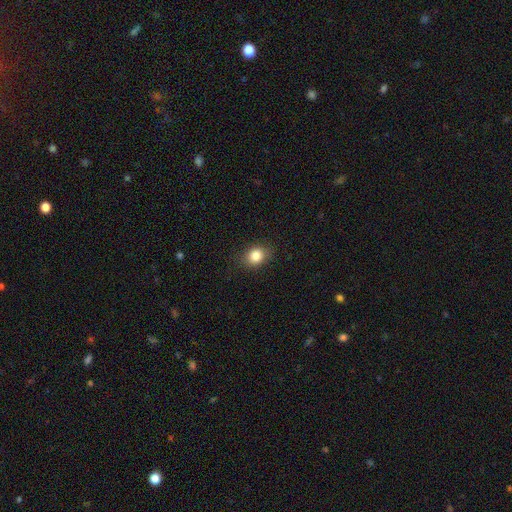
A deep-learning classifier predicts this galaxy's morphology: A smooth galaxy with no disk features (84%) that is round (54%).

Vote fractions:
- Smooth or featured? smooth: 84% / star or artifact: 10% / featured or disk: 6%
- How rounded? round: 54% / in between: 45% / cigar-shaped: 1%
- Merging? none: 85% / minor disturbance: 11% / major disturbance: 3% / merger: 1%